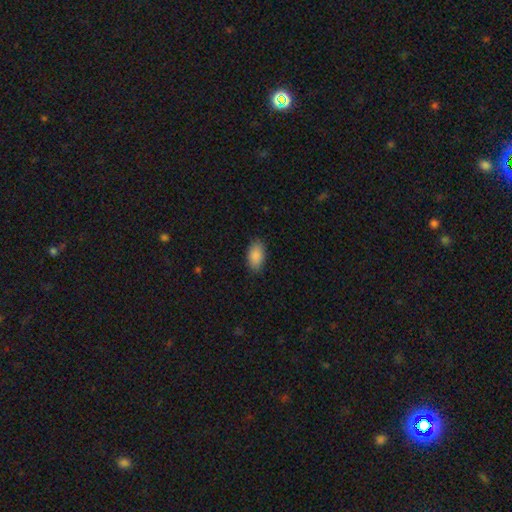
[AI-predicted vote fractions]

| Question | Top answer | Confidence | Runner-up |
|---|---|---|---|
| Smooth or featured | smooth | 89% | star or artifact (7%) |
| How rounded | in between | 93% | round (4%) |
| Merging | none | 86% | minor disturbance (11%) |